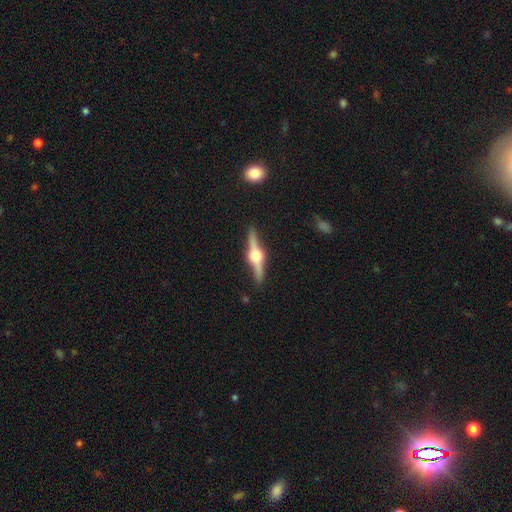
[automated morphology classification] smooth_or_featured: featured or disk (p=0.82) [alt: smooth p=0.13]
disk_edge_on: yes (p=0.98) [alt: no p=0.02]
edge_on_bulge: rounded (p=0.96) [alt: boxy p=0.03]
merging: none (p=0.89) [alt: minor disturbance p=0.08]